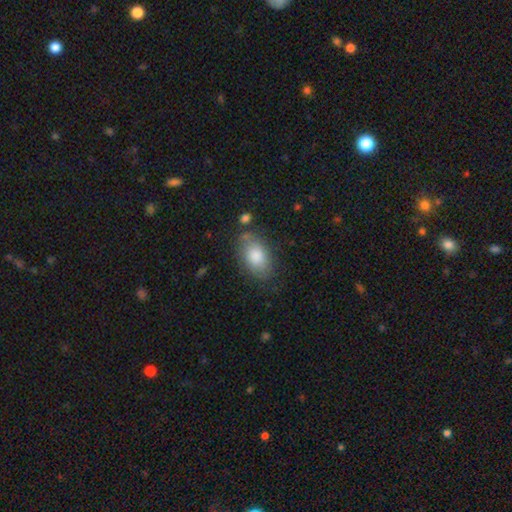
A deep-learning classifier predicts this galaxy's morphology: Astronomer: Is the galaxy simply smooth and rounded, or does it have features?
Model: smooth — 82%.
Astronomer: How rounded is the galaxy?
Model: in between — 91%.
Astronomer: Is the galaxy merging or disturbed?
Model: none — 72%.